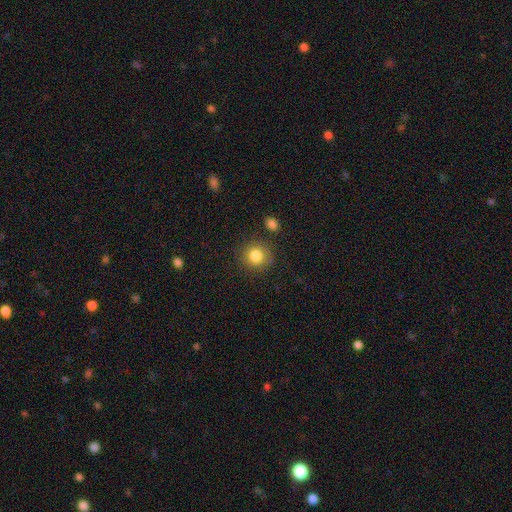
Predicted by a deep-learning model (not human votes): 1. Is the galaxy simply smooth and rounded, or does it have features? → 84% smooth, 10% star or artifact, 6% featured or disk.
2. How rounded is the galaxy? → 90% round, 9% in between, 1% cigar-shaped.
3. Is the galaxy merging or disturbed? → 85% none, 9% minor disturbance, 3% merger, 3% major disturbance.